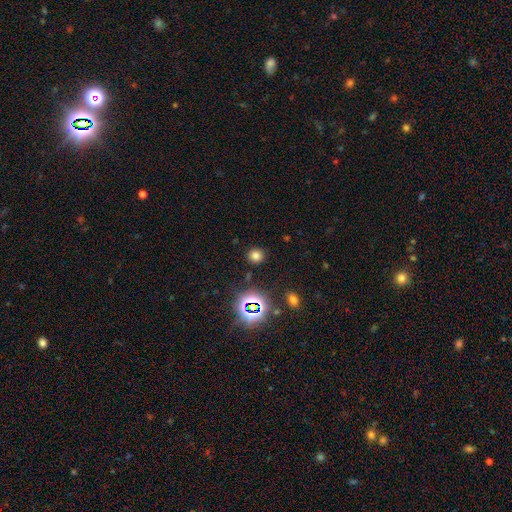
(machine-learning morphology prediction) This is likely a smooth galaxy (71%). How rounded: clearly round (87%). Merging: clearly none (88%).